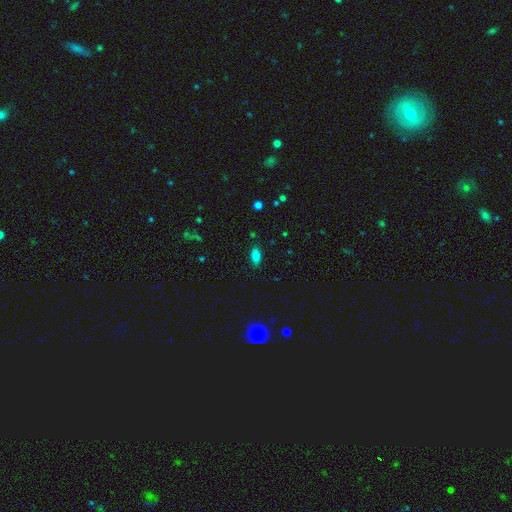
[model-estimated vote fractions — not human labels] smooth 81%, star or artifact 11%, featured or disk 8%. Down the decision tree: how rounded — in between (87%); merging — none (86%).